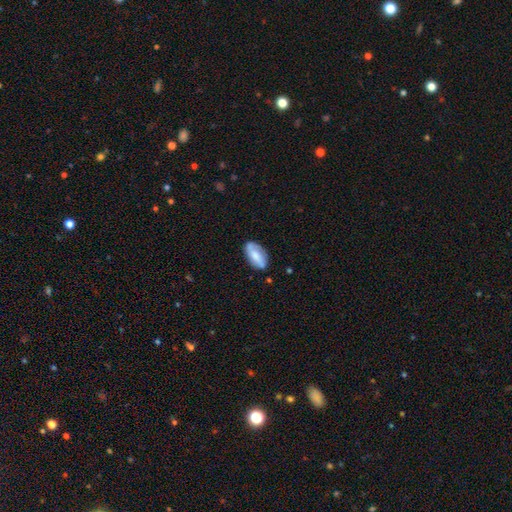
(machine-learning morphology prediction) type=smooth (60%); roundness=in between (92%); merging=none (76%).